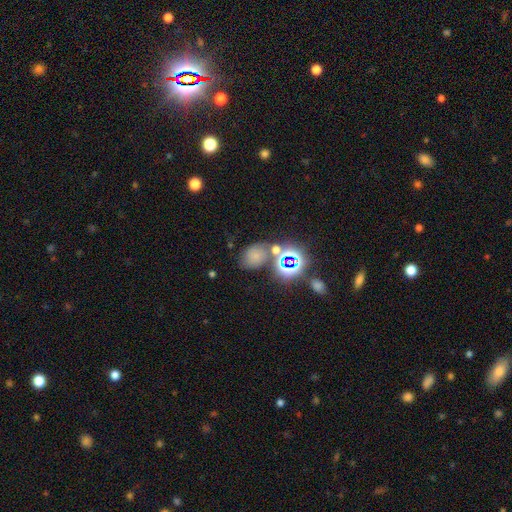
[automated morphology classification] A smooth galaxy with no disk features (55%) that is in between round and cigar-shaped (63%). Merging: none (55%).